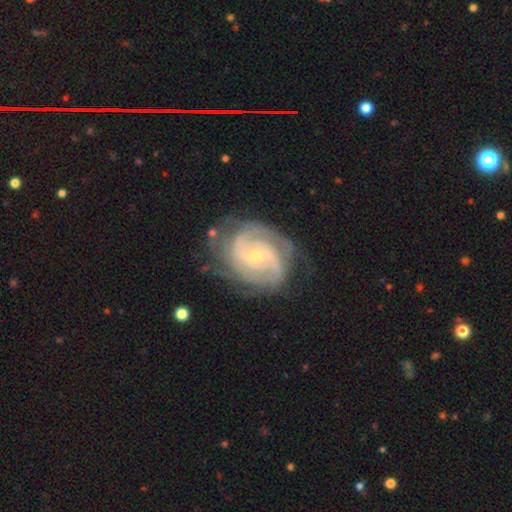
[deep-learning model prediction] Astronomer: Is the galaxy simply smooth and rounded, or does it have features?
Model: featured or disk — 89%.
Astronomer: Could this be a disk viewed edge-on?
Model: no — 98%.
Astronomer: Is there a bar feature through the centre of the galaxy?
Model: weak — 51% (runner-up: no, 33%).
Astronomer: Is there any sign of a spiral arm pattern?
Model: yes — 98%.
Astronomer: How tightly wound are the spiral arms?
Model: tight — 61%.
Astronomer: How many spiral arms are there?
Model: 2 — 35% (runner-up: 3, 22%).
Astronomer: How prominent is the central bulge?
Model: small — 65%.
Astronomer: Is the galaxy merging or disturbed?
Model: none — 71%.